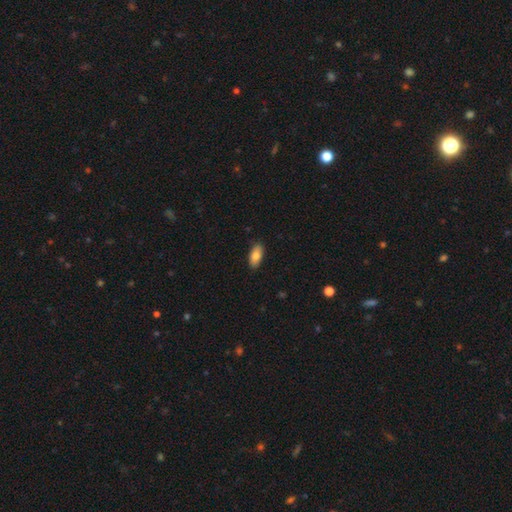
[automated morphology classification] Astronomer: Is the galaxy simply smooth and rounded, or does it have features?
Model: smooth — 83%.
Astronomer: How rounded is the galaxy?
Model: in between — 89%.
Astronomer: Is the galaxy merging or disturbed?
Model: none — 87%.